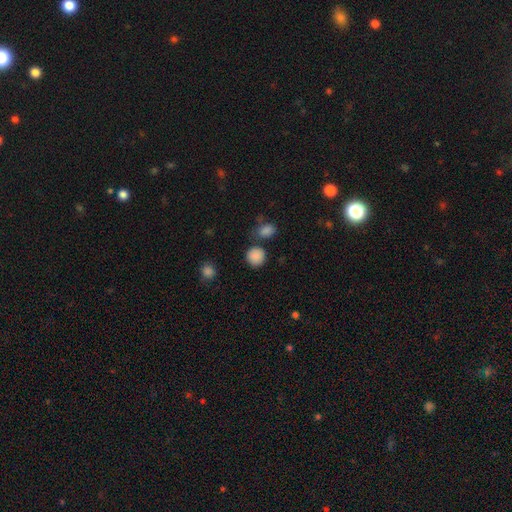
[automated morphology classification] The model was most divided on "merging": none: 77%, minor disturbance: 10%, merger: 9%, major disturbance: 4%. More confident: how rounded — round (88%); smooth or featured — smooth (86%).